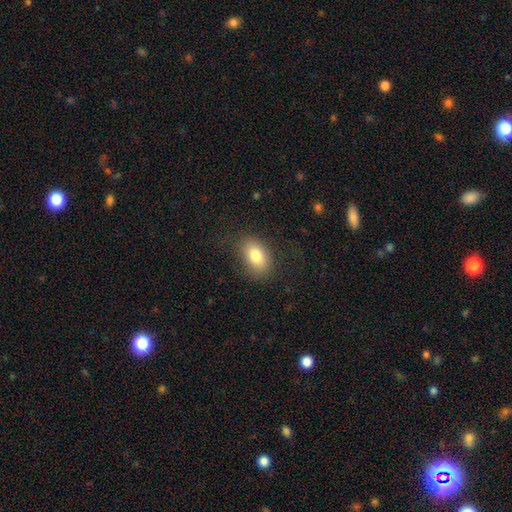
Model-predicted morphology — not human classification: smooth_or_featured: smooth (p=0.80) [alt: featured or disk p=0.11]
how_rounded: in between (p=0.82) [alt: round p=0.17]
merging: none (p=0.78) [alt: minor disturbance p=0.14]